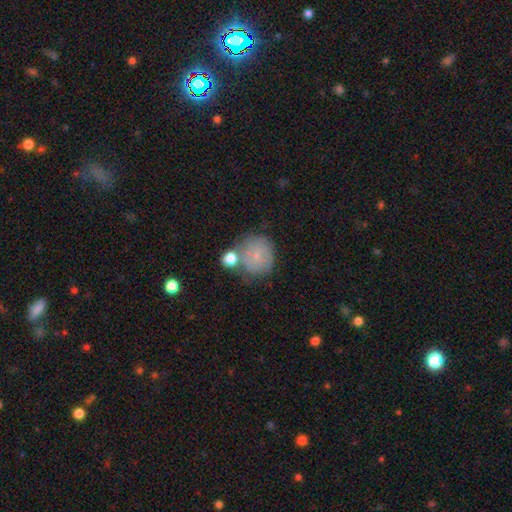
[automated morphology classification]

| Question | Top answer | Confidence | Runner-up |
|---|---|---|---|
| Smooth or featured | smooth | 62% | featured or disk (27%) |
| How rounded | round | 86% | in between (13%) |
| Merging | none | 55% | minor disturbance (19%) |